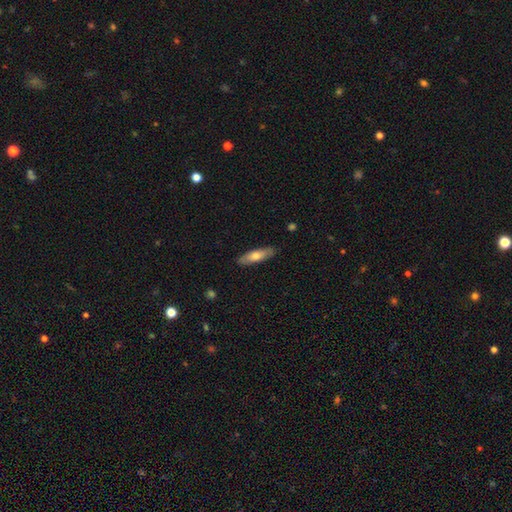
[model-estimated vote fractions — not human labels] Smooth or featured?
  - smooth: 64% *
  - featured or disk: 30%
  - star or artifact: 6%
How rounded?
  - cigar-shaped: 59% *
  - in between: 39%
  - round: 2%
Merging?
  - none: 87% *
  - minor disturbance: 10%
  - major disturbance: 2%
  - merger: 1%